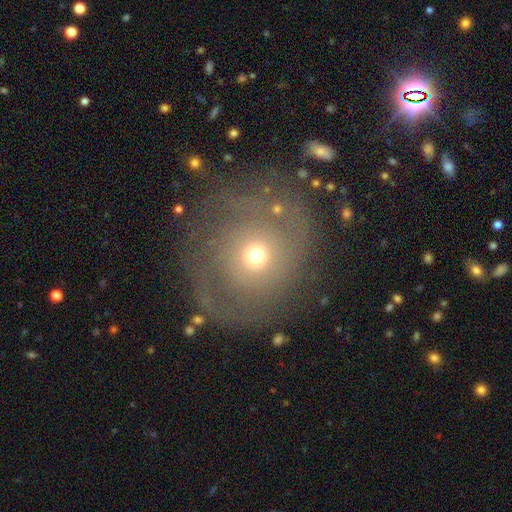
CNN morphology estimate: type=featured or disk (58%); edge-on=no (96%); bar=no (86%); spiral arms=yes (72%); bulge=small (54%); merging=none (61%).